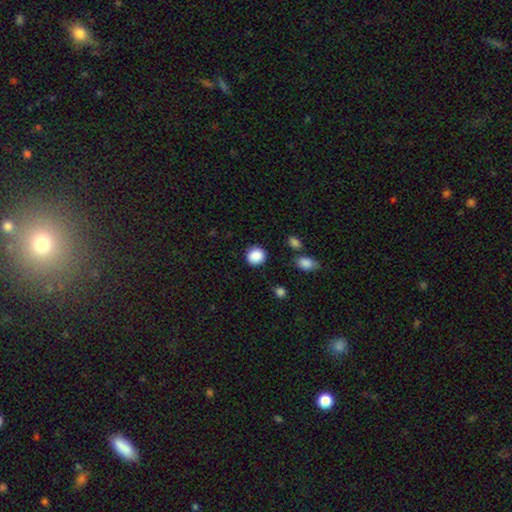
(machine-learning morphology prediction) Smooth or featured: smooth — 88% (star or artifact — 8%)
How rounded: round — 87% (in between — 12%)
Merging: none — 88% (minor disturbance — 7%)